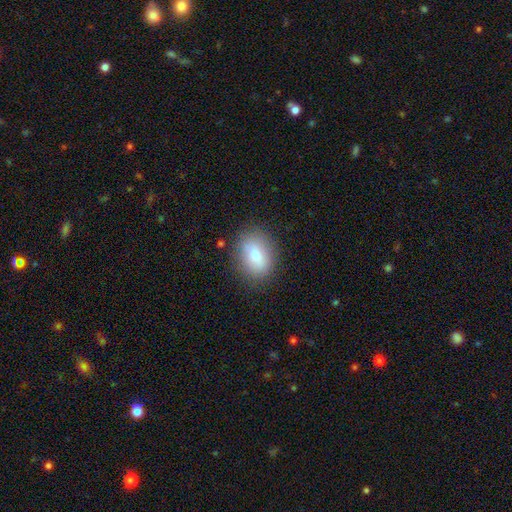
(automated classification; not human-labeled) Q: Smooth or featured?
A: smooth (80%); runner-up: featured or disk (12%)
Q: How rounded?
A: in between (72%); runner-up: round (26%)
Q: Merging?
A: none (82%); runner-up: minor disturbance (13%)